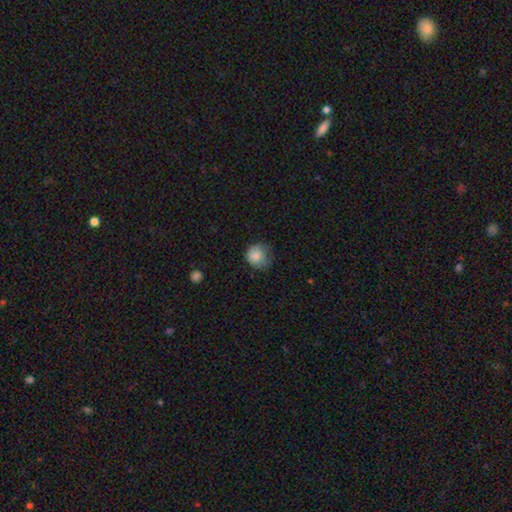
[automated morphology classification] smooth_or_featured: smooth (p=0.84) [alt: star or artifact p=0.08]
how_rounded: round (p=0.84) [alt: in between p=0.15]
merging: none (p=0.54) [alt: minor disturbance p=0.33]